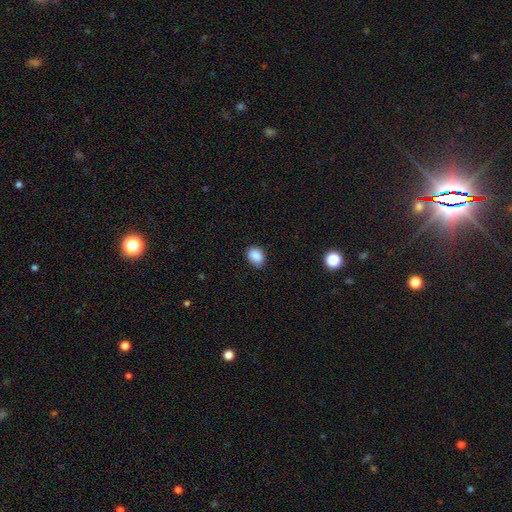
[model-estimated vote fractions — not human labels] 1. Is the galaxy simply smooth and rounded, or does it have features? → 88% smooth, 8% star or artifact, 4% featured or disk.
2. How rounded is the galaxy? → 75% in between, 24% round, 1% cigar-shaped.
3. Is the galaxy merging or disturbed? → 80% none, 16% minor disturbance, 3% major disturbance, 1% merger.